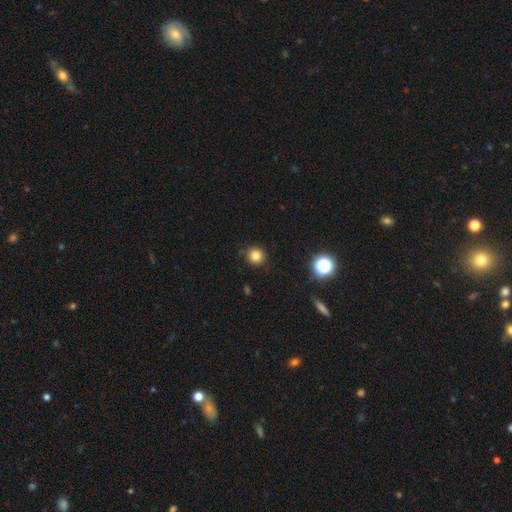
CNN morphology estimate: smooth_or_featured: smooth (p=0.81) [alt: star or artifact p=0.14]
how_rounded: round (p=0.91) [alt: in between p=0.09]
merging: none (p=0.87) [alt: minor disturbance p=0.09]